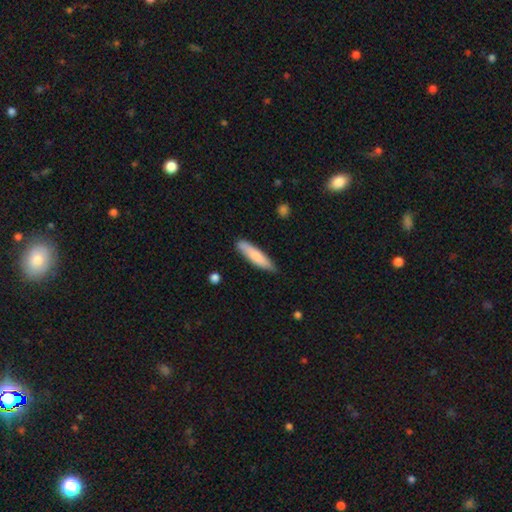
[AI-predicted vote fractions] smooth 80%, featured or disk 15%, star or artifact 5%. Down the decision tree: how rounded — cigar-shaped (76%); merging — none (83%).